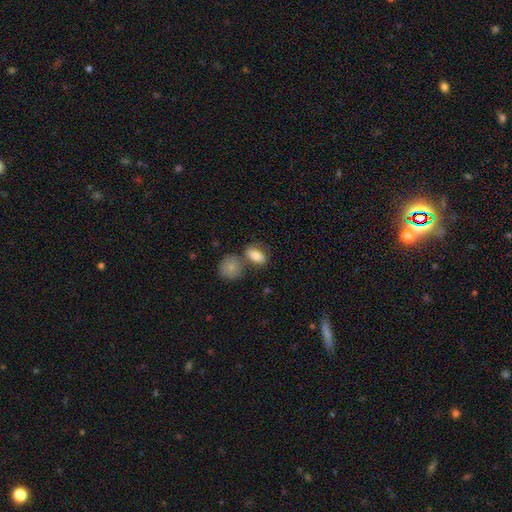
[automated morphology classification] smooth-or-featured: smooth: 82% | featured or disk: 11% | star or artifact: 7%
  how-rounded: in between: 86% | round: 10% | cigar-shaped: 4%
  merging: none: 55% | merger: 26% | minor disturbance: 13% | major disturbance: 5%